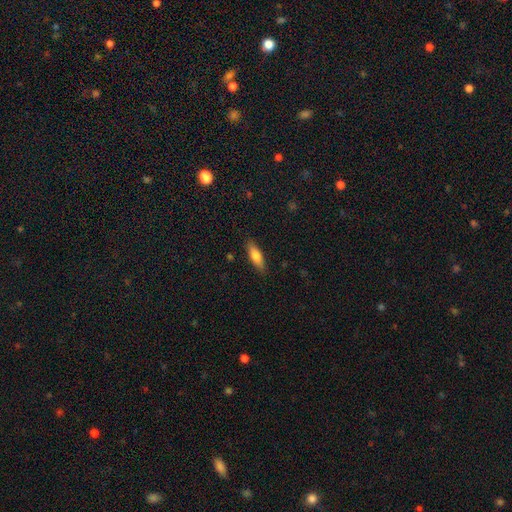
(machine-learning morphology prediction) smooth-or-featured: smooth: 74% | featured or disk: 20% | star or artifact: 6%
  how-rounded: in between: 51% | cigar-shaped: 47% | round: 2%
  merging: none: 87% | minor disturbance: 10% | major disturbance: 2% | merger: 1%